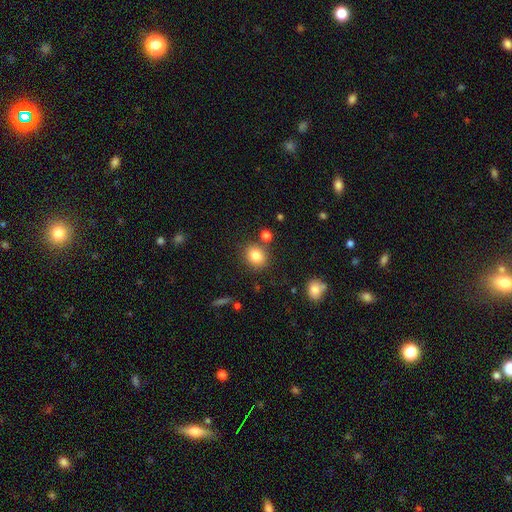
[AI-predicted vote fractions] A smooth galaxy with no disk features (83%) that is round (69%).

Vote fractions:
- Smooth or featured? smooth: 83% / star or artifact: 10% / featured or disk: 7%
- How rounded? round: 69% / in between: 30% / cigar-shaped: 1%
- Merging? none: 80% / minor disturbance: 10% / merger: 7% / major disturbance: 3%